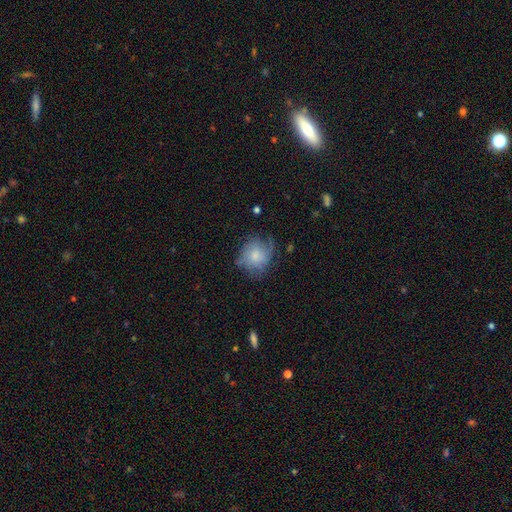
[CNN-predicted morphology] type=smooth (61%); roundness=round (76%); merging=none (55%).